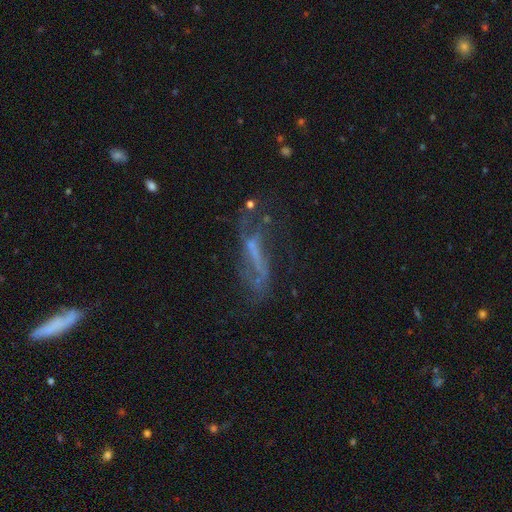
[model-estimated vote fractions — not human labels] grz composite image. It shows a featured or disk galaxy (61%). Merging: none (45%).